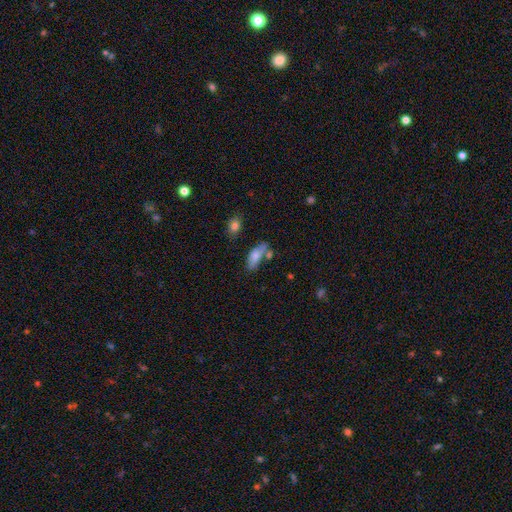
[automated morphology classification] Q: Smooth or featured?
A: smooth (73%); runner-up: featured or disk (20%)
Q: How rounded?
A: in between (71%); runner-up: cigar-shaped (26%)
Q: Merging?
A: none (51%); runner-up: minor disturbance (21%)